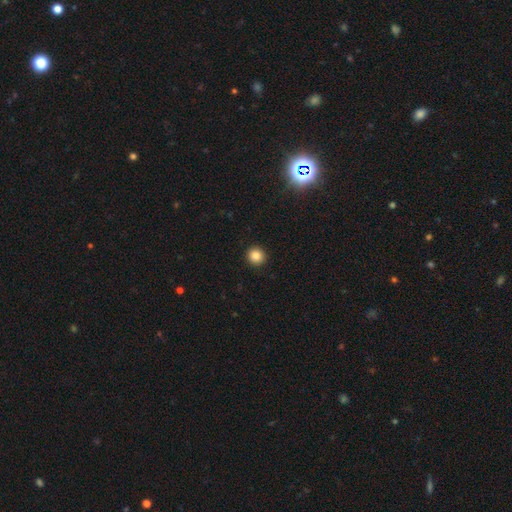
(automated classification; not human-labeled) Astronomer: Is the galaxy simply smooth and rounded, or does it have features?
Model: smooth — 86%.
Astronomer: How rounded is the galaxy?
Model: round — 94%.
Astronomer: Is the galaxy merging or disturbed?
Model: none — 93%.